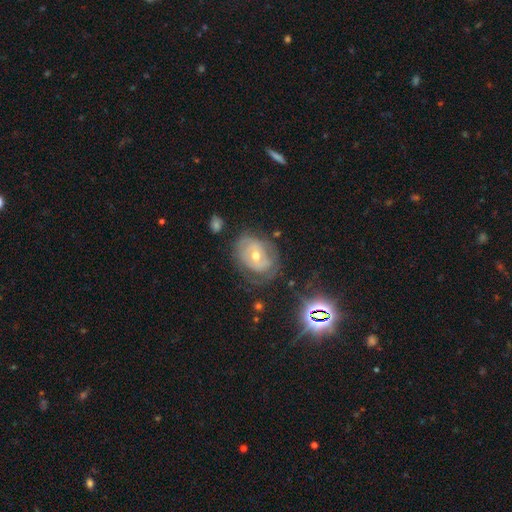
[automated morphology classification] A featured or disk galaxy (67%) with no bar (56%), spiral arms (65%) and a moderate central bulge (61%).

Vote fractions:
- Smooth or featured? featured or disk: 67% / smooth: 22% / star or artifact: 10%
- Edge-on disk? no: 95% / yes: 5%
- Bar? no: 56% / weak: 32% / strong: 12%
- Spiral arms? yes: 65% / no: 35%
- Bulge size? moderate: 61% / small: 35% / large: 2% / none: 1% / dominant: 1%
- Merging? none: 61% / minor disturbance: 24% / major disturbance: 13% / merger: 2%